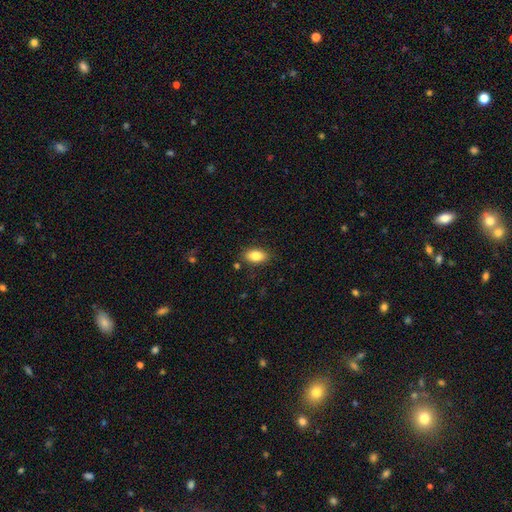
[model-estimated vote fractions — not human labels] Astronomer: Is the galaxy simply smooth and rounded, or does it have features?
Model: smooth — 83%.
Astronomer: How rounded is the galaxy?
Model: in between — 90%.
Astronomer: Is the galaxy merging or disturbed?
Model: none — 85%.